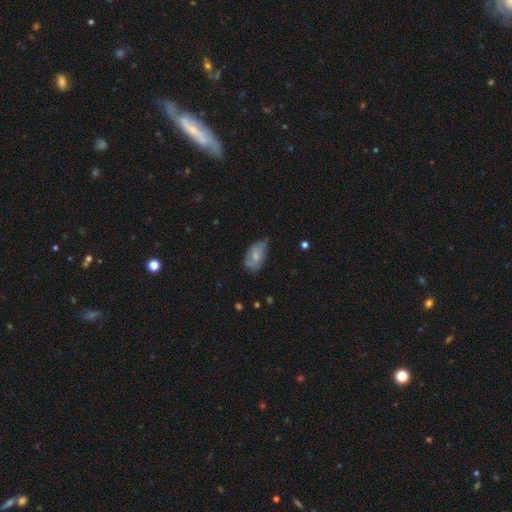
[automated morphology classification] Smooth or featured? smooth (51%)
How rounded? in between (90%)
Merging? none (45%)